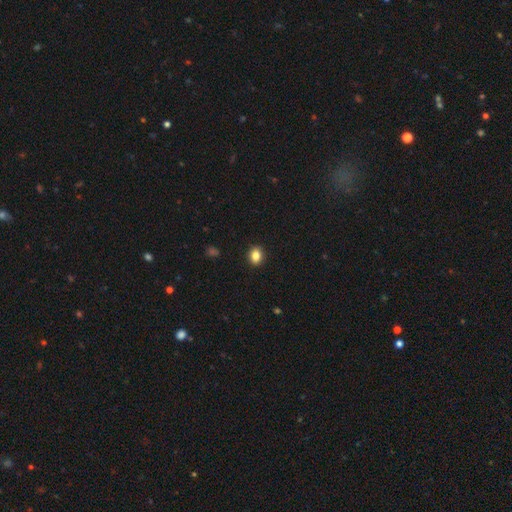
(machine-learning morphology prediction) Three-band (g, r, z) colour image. It shows a smooth galaxy with no disk features (85%) that is round (52%). Merging: none (91%).